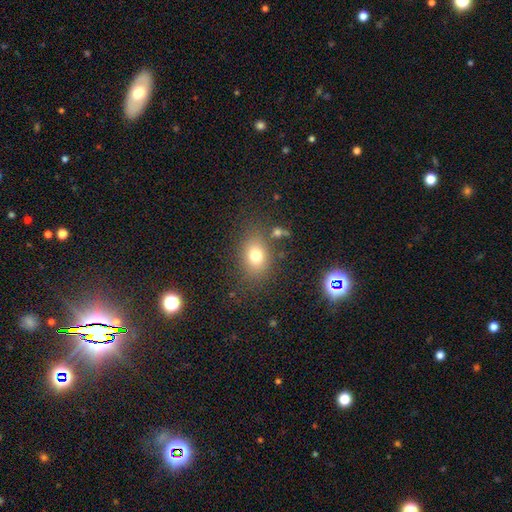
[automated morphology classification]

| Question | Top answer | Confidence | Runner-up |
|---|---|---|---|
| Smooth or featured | smooth | 75% | star or artifact (13%) |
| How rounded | in between | 64% | round (35%) |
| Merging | none | 77% | minor disturbance (13%) |